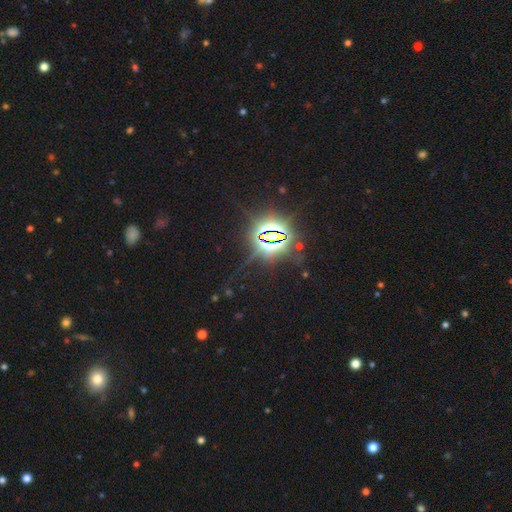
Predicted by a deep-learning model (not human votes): Smooth or featured? star or artifact (85%)